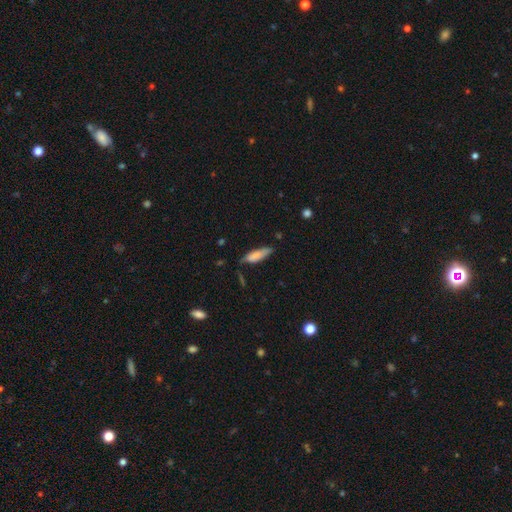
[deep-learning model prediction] This appears to be a smooth galaxy with no disk features (79%) that is cigar-shaped (54%). Merging: none (61%).